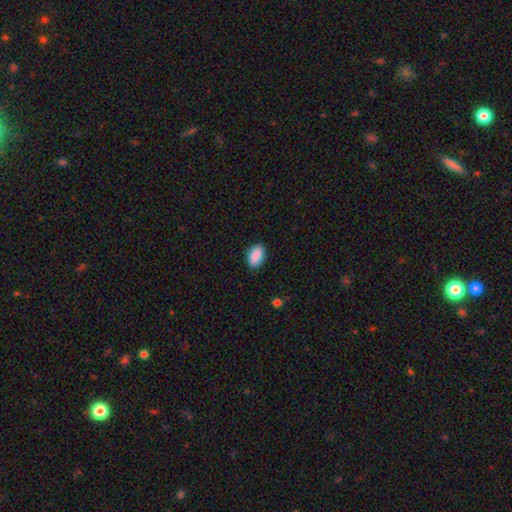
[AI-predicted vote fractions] A smooth galaxy with no disk features (90%) that is in between round and cigar-shaped (92%).

Vote fractions:
- Smooth or featured? smooth: 90% / star or artifact: 7% / featured or disk: 3%
- How rounded? in between: 92% / round: 7% / cigar-shaped: 1%
- Merging? none: 89% / minor disturbance: 8% / major disturbance: 2% / merger: 1%